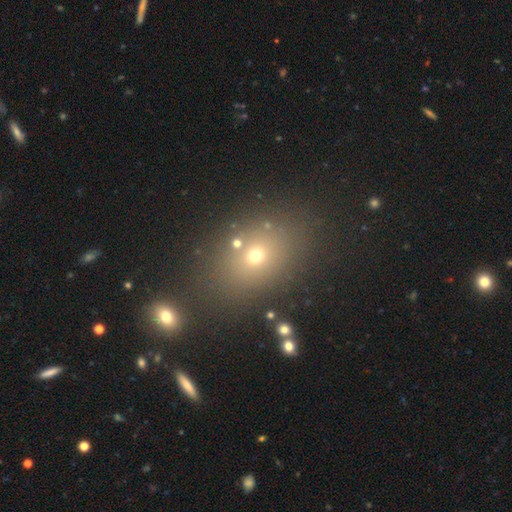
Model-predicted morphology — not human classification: type=smooth (61%); roundness=in between (62%); merging=none (78%).